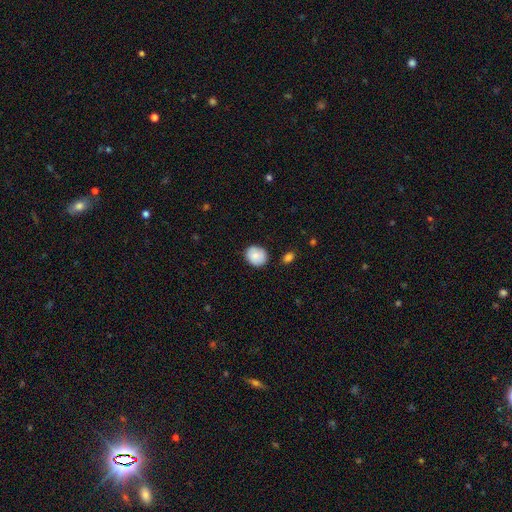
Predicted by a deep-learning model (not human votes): The model was most divided on "how rounded": round: 66%, in between: 33%, cigar-shaped: 1%. More confident: smooth or featured — smooth (83%); merging — none (81%).